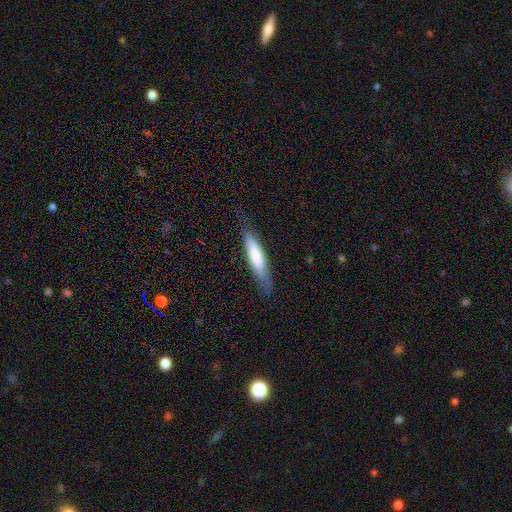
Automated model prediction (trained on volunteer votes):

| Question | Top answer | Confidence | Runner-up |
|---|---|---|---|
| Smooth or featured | smooth | 72% | featured or disk (22%) |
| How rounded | cigar-shaped | 79% | in between (20%) |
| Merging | none | 77% | minor disturbance (18%) |